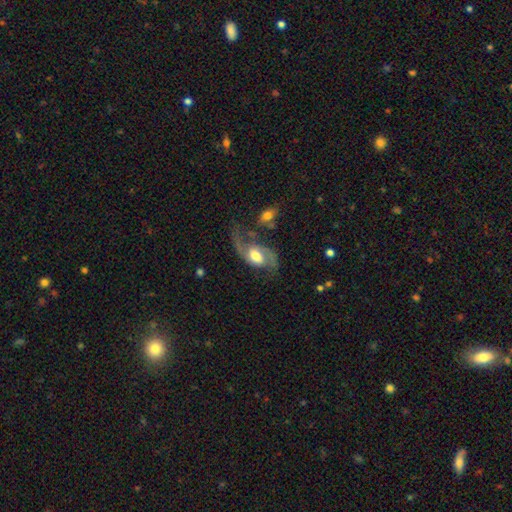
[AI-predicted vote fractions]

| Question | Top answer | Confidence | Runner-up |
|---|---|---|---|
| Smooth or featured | featured or disk | 83% | smooth (12%) |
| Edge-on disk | no | 96% | yes (4%) |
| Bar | no | 45% | weak (42%) |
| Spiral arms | yes | 94% | no (6%) |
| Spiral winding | loose | 50% | medium (41%) |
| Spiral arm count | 2 | 86% | 1 (8%) |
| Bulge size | moderate | 57% | large (30%) |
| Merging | none | 45% | major disturbance (24%) |